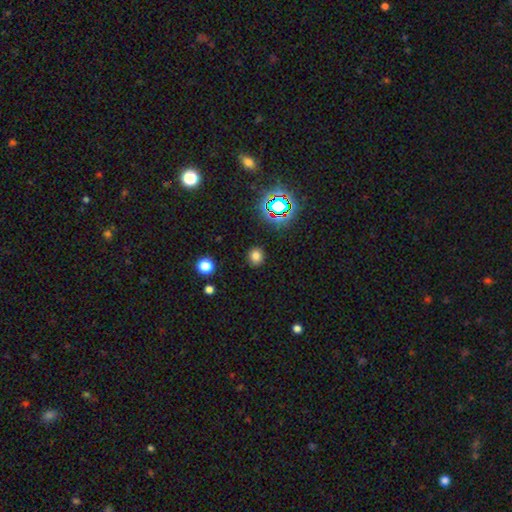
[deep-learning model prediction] smooth_or_featured: smooth (p=0.74) [alt: star or artifact p=0.19]
how_rounded: round (p=0.80) [alt: in between p=0.19]
merging: none (p=0.89) [alt: minor disturbance p=0.07]